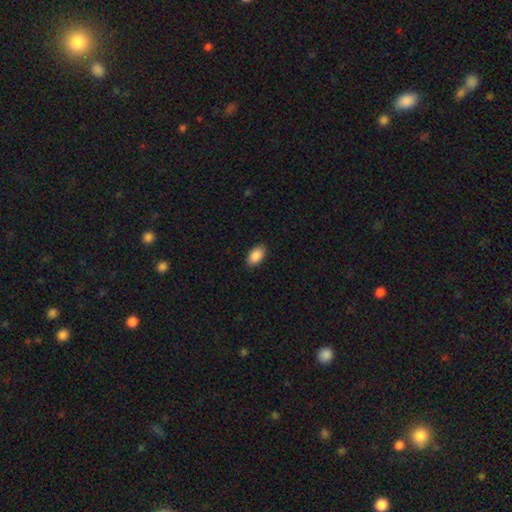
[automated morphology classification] The model was most divided on "merging": none: 89%, minor disturbance: 9%, major disturbance: 2%, merger: 1%. More confident: how rounded — in between (94%); smooth or featured — smooth (89%).